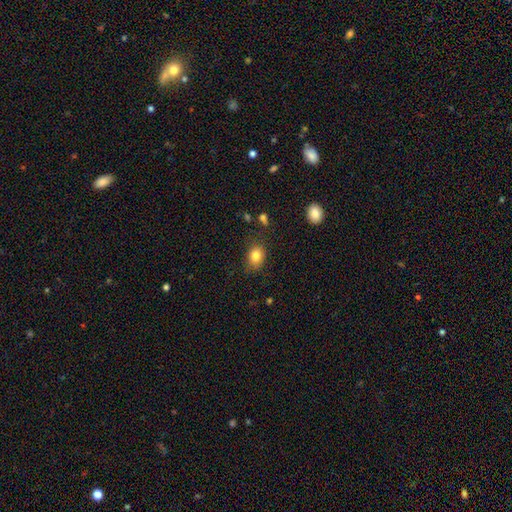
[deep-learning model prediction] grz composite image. It shows a smooth galaxy with no disk features (82%) that is in between round and cigar-shaped (61%). Merging: none (78%).